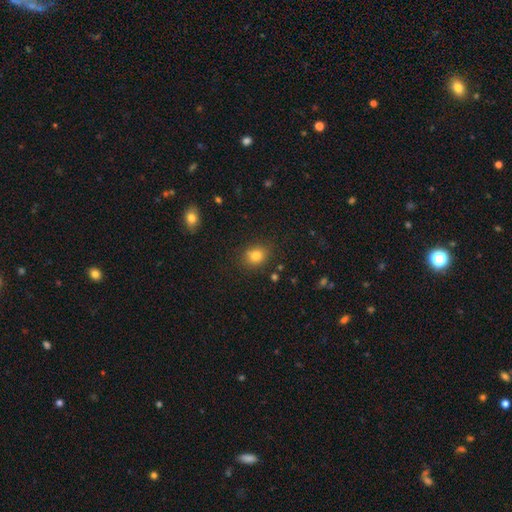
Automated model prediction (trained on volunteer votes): Smooth or featured? Predicted: smooth (p=0.81). How rounded? Predicted: round (p=0.64). Merging? Predicted: none (p=0.83).